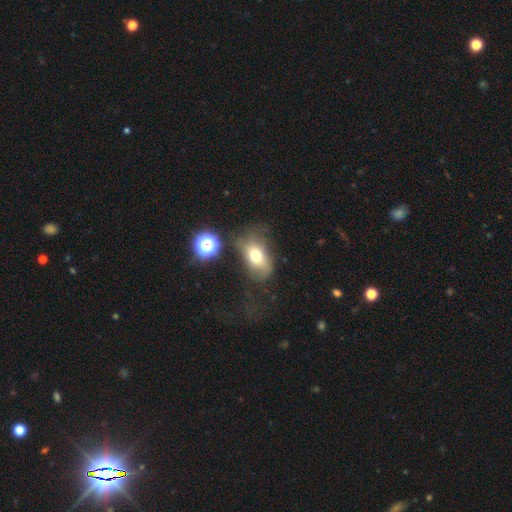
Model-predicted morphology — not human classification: type=smooth (67%); roundness=in between (80%); merging=none (50%).